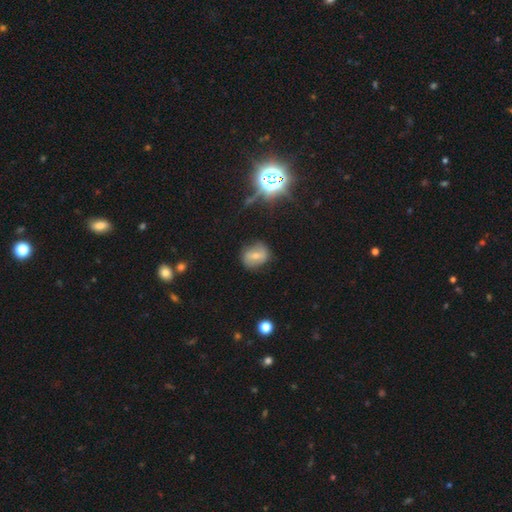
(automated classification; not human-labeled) Q: Smooth or featured?
A: smooth (51%); runner-up: featured or disk (34%)
Q: How rounded?
A: round (57%); runner-up: in between (42%)
Q: Merging?
A: none (77%); runner-up: minor disturbance (16%)